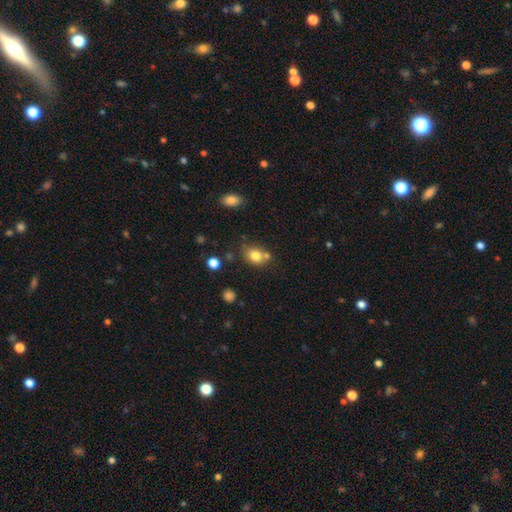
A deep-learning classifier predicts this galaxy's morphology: This appears to be a smooth galaxy with no disk features (79%) that is in between round and cigar-shaped (57%). Merging: none (56%).